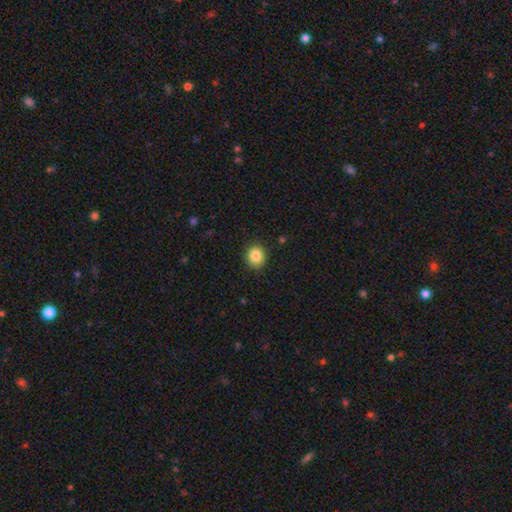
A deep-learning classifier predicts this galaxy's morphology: smooth_or_featured: smooth (p=0.85) [alt: star or artifact p=0.10]
how_rounded: round (p=0.76) [alt: in between p=0.23]
merging: none (p=0.89) [alt: minor disturbance p=0.08]